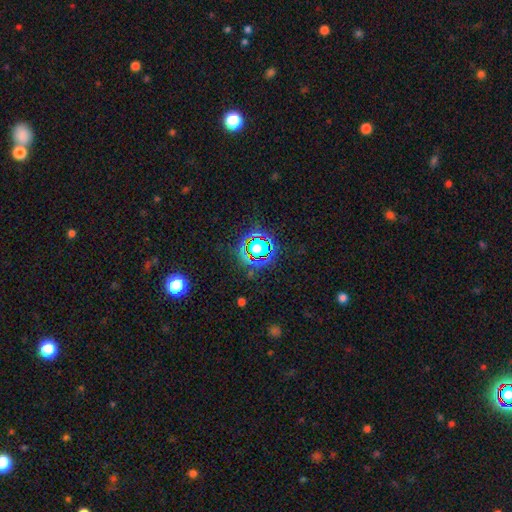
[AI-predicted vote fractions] This is likely a star or artifact rather than a galaxy (76%).